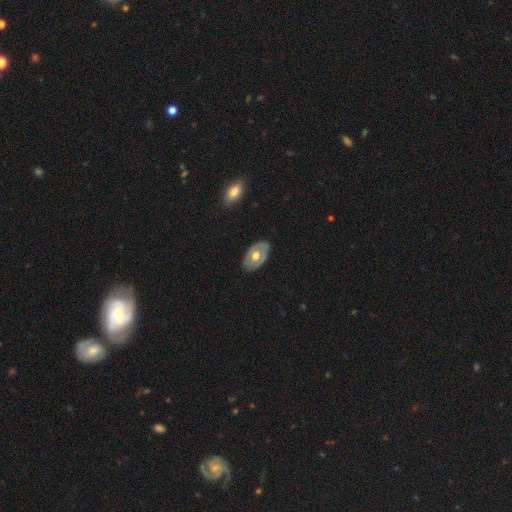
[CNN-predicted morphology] A featured or disk galaxy (52%).

Vote fractions:
- Smooth or featured? featured or disk: 52% / smooth: 43% / star or artifact: 5%
- Edge-on disk? no: 89% / yes: 11%
- Merging? none: 81% / minor disturbance: 15% / major disturbance: 3% / merger: 1%